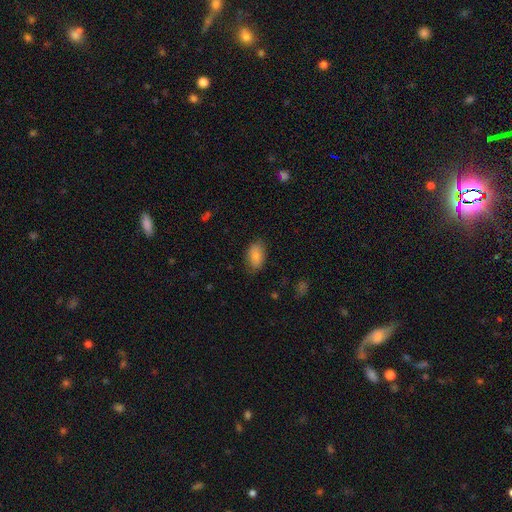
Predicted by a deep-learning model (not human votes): The model was most divided on "merging": none: 80%, minor disturbance: 16%, major disturbance: 4%, merger: 1%. More confident: how rounded — in between (92%); smooth or featured — smooth (83%).